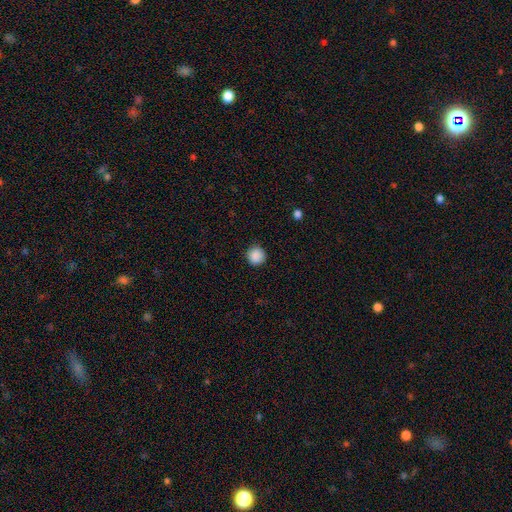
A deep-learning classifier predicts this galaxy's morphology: smooth_or_featured: smooth (p=0.89) [alt: star or artifact p=0.09]
how_rounded: round (p=0.95) [alt: in between p=0.04]
merging: none (p=0.91) [alt: minor disturbance p=0.06]